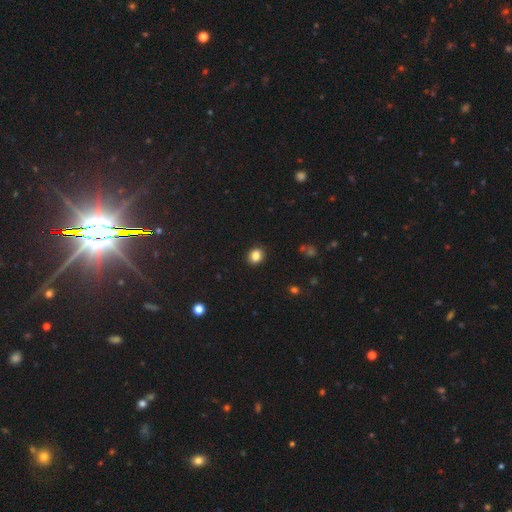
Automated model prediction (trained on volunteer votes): Morphology: type=smooth (85%); roundness=round (67%); merging=none (90%).